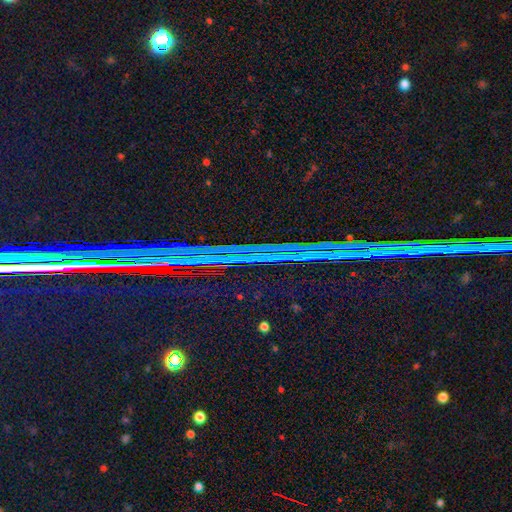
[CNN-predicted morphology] This is clearly a star or artifact rather than a galaxy (88%).